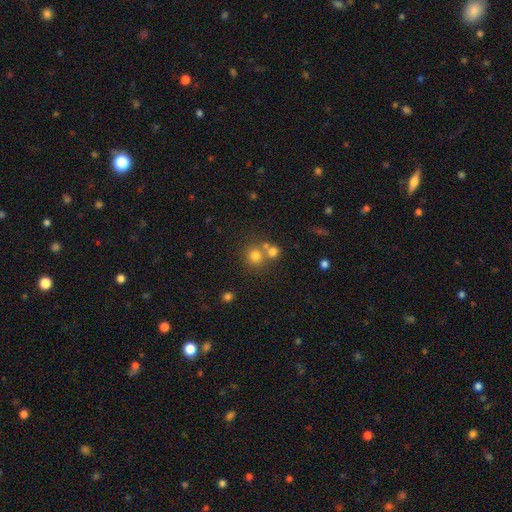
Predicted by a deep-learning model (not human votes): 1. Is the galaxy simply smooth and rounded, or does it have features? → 73% smooth, 16% star or artifact, 10% featured or disk.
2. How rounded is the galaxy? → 89% round, 10% in between, 1% cigar-shaped.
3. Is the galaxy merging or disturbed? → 57% none, 33% merger, 7% minor disturbance, 3% major disturbance.